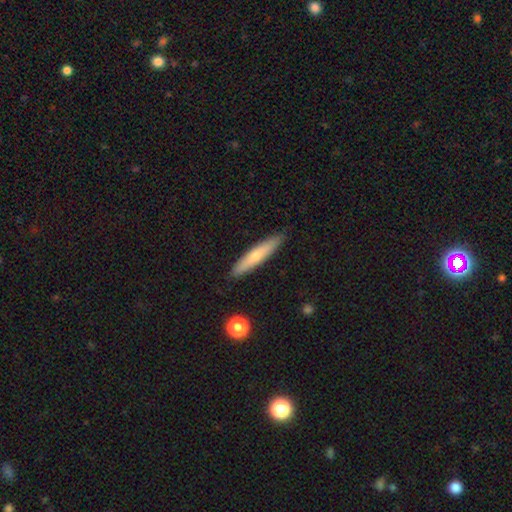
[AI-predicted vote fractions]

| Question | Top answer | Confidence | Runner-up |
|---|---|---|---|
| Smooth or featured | smooth | 53% | featured or disk (38%) |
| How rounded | cigar-shaped | 92% | in between (6%) |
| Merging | none | 90% | minor disturbance (7%) |